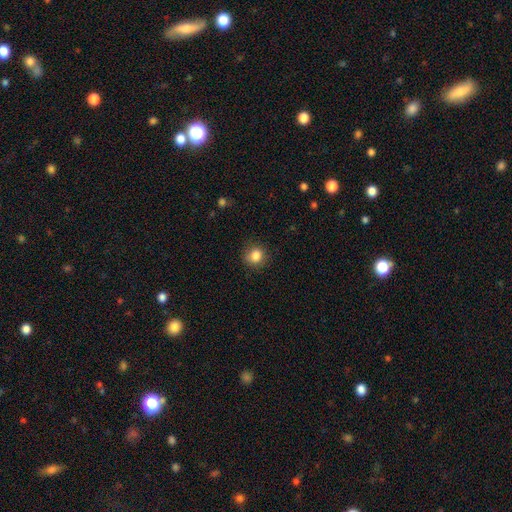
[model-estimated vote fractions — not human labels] Morphology: type=smooth (84%); roundness=round (83%); merging=none (84%).